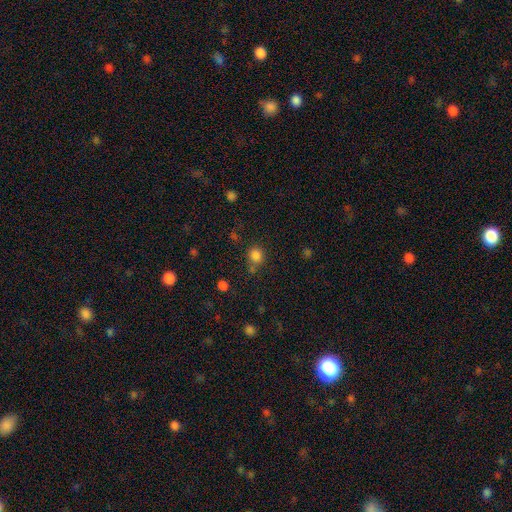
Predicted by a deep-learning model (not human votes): smooth-or-featured: smooth: 83% | star or artifact: 13% | featured or disk: 4%
  how-rounded: round: 85% | in between: 14% | cigar-shaped: 1%
  merging: none: 69% | minor disturbance: 13% | merger: 13% | major disturbance: 5%